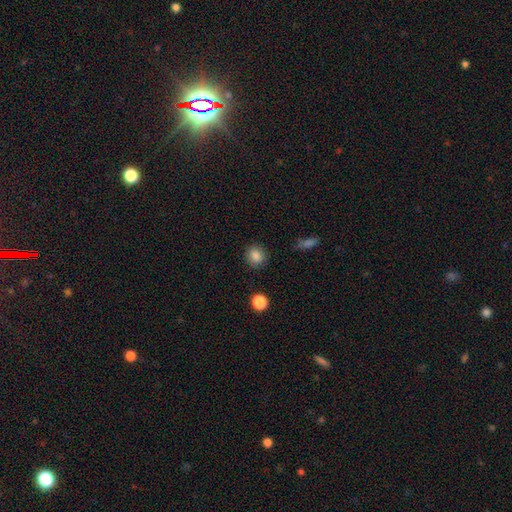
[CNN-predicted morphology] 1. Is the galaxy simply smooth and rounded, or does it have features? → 85% smooth, 10% star or artifact, 5% featured or disk.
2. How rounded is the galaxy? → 77% round, 22% in between, 1% cigar-shaped.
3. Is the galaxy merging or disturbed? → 87% none, 8% minor disturbance, 3% major disturbance, 2% merger.